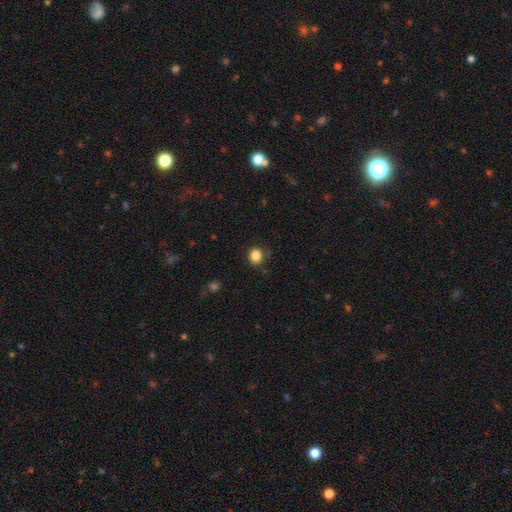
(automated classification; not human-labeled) The model was most divided on "smooth or featured": smooth: 85%, star or artifact: 11%, featured or disk: 4%. More confident: how rounded — round (87%); merging — none (87%).